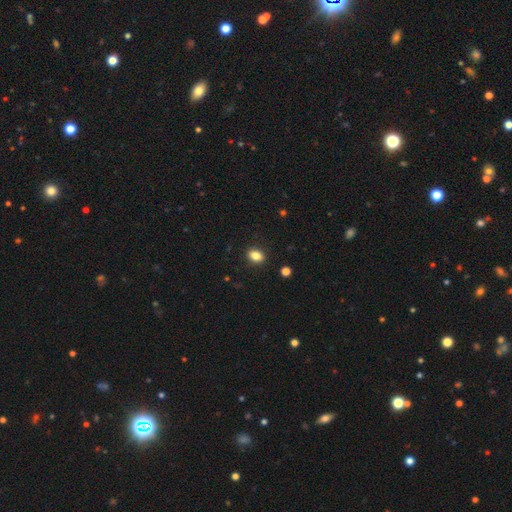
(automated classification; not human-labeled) The model was most divided on "how rounded": in between: 75%, round: 23%, cigar-shaped: 2%. More confident: merging — none (88%); smooth or featured — smooth (84%).